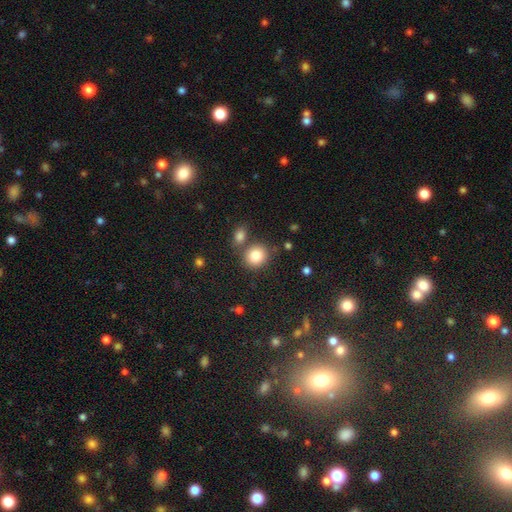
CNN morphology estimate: This is clearly a smooth galaxy (83%). How rounded: likely round (78%). Merging: likely none (68%).